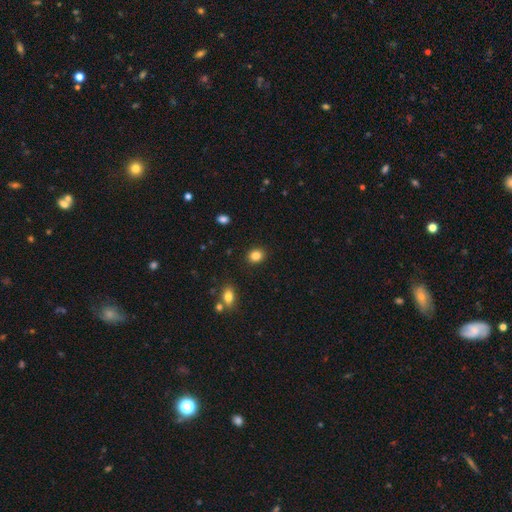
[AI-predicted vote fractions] smooth 85%, star or artifact 10%, featured or disk 5%. Down the decision tree: how rounded — round (54%); merging — none (90%).